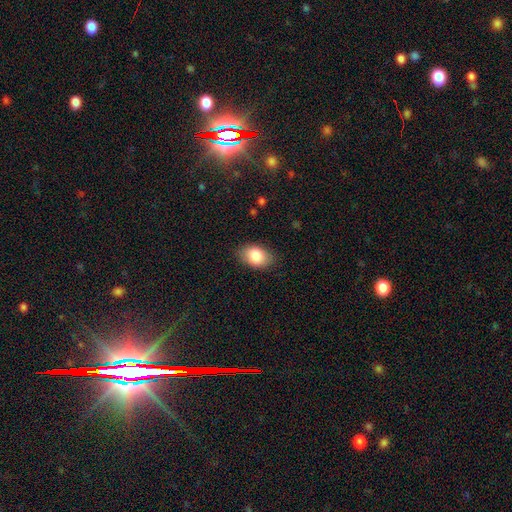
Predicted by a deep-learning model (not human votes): The model was most divided on "merging": none: 84%, minor disturbance: 12%, major disturbance: 3%, merger: 1%. More confident: how rounded — in between (86%); smooth or featured — smooth (86%).